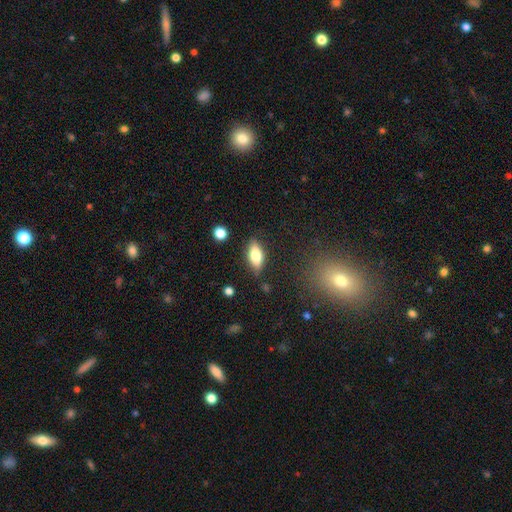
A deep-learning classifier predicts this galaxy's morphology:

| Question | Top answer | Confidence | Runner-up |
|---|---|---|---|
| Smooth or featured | smooth | 71% | featured or disk (22%) |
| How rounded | in between | 82% | cigar-shaped (15%) |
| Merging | none | 78% | minor disturbance (16%) |